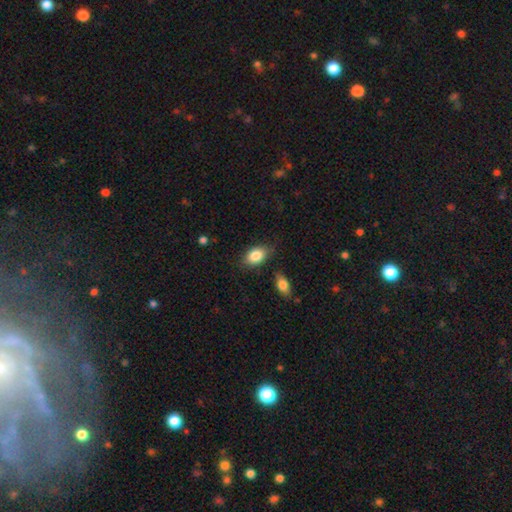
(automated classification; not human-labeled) smooth_or_featured: smooth (p=0.84) [alt: featured or disk p=0.09]
how_rounded: in between (p=0.86) [alt: round p=0.12]
merging: none (p=0.77) [alt: minor disturbance p=0.16]